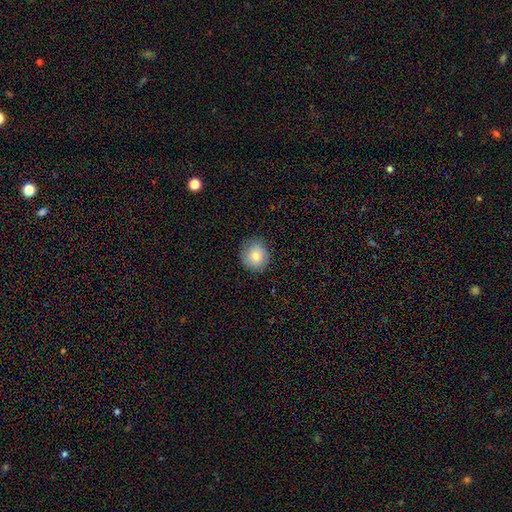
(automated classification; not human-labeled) This is clearly a smooth galaxy (80%). How rounded: clearly round (83%). Merging: clearly none (83%).